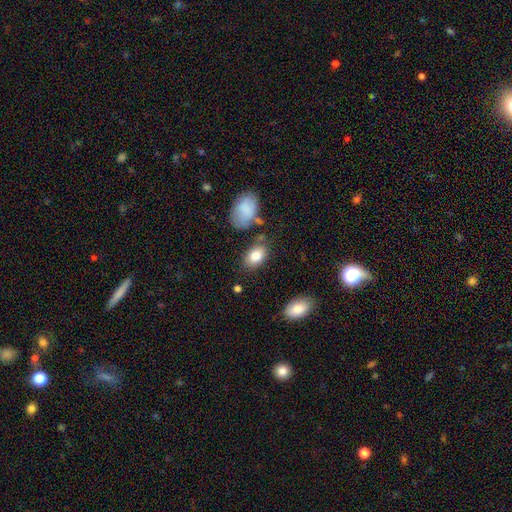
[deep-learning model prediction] Overall: smooth (83%). How rounded: in between (89%). Merging: none (73%).